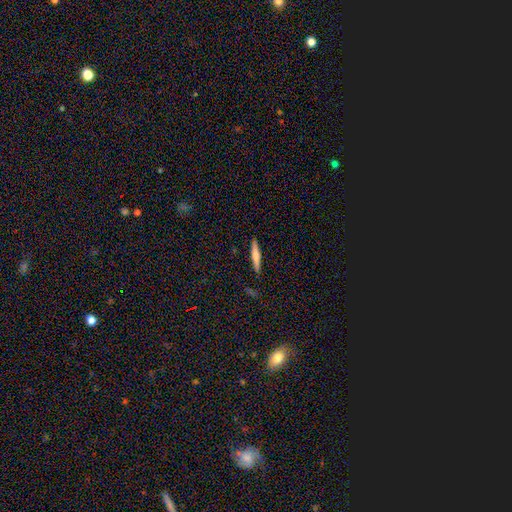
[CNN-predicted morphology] smooth-or-featured: smooth: 66% | featured or disk: 28% | star or artifact: 6%
  how-rounded: cigar-shaped: 92% | in between: 6% | round: 1%
  merging: none: 89% | minor disturbance: 8% | major disturbance: 2% | merger: 1%